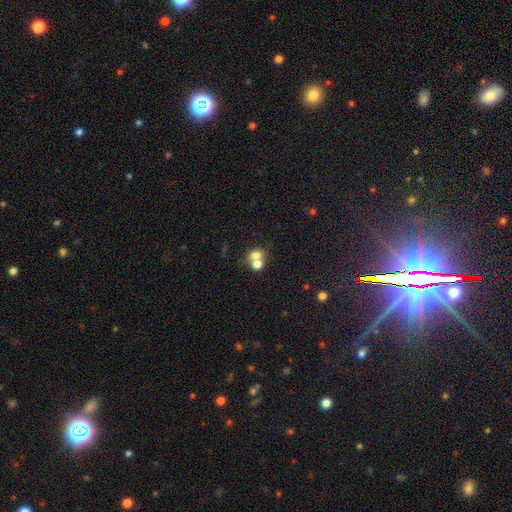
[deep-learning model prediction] The model was most divided on "how rounded": round: 60%, in between: 38%, cigar-shaped: 1%. More confident: smooth or featured — smooth (72%); merging — merger (63%).